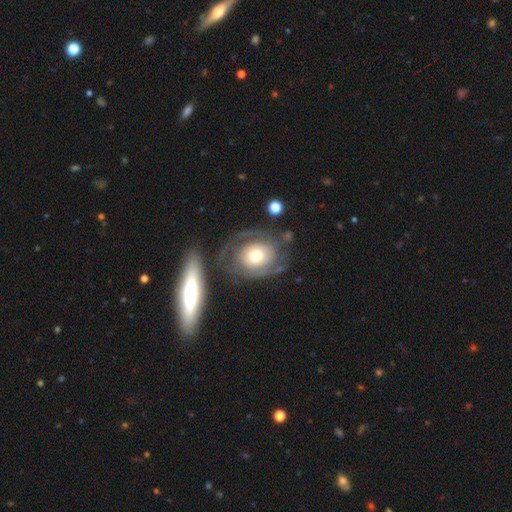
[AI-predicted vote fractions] Morphology: type=featured or disk (71%); edge-on=no (96%); bar=no (81%); spiral arms=yes (83%); winding=tight (56%); arm count=2 (64%); bulge=moderate (56%); merging=none (60%).